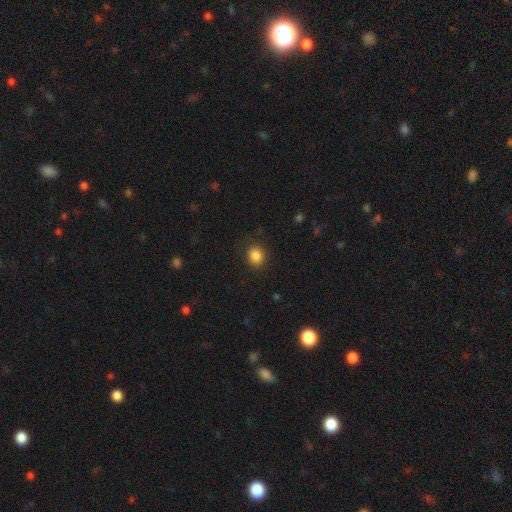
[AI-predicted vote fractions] Morphology: type=smooth (86%); roundness=round (73%); merging=none (88%).